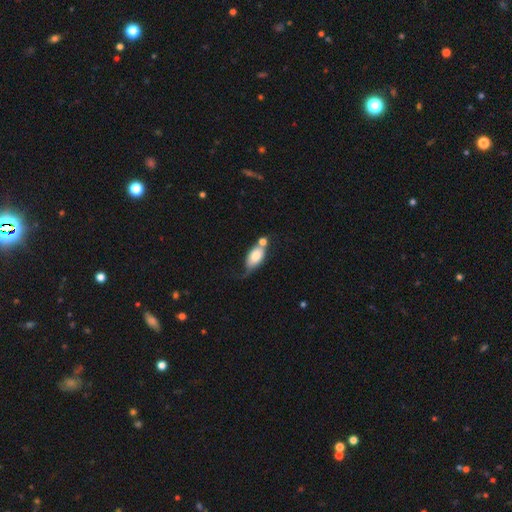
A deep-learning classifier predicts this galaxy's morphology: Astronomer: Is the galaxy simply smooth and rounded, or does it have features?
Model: smooth — 70%.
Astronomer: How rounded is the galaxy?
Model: in between — 87%.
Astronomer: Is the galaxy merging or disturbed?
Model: none — 32% (runner-up: merger, 31%).